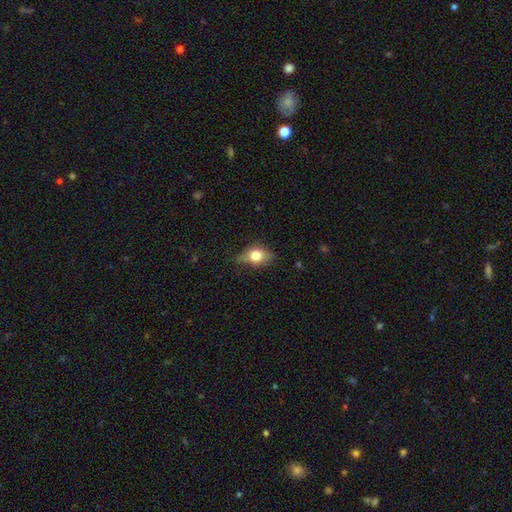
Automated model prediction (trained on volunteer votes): Smooth or featured: smooth — 71% (featured or disk — 19%)
How rounded: in between — 67% (round — 29%)
Merging: none — 51% (minor disturbance — 36%)